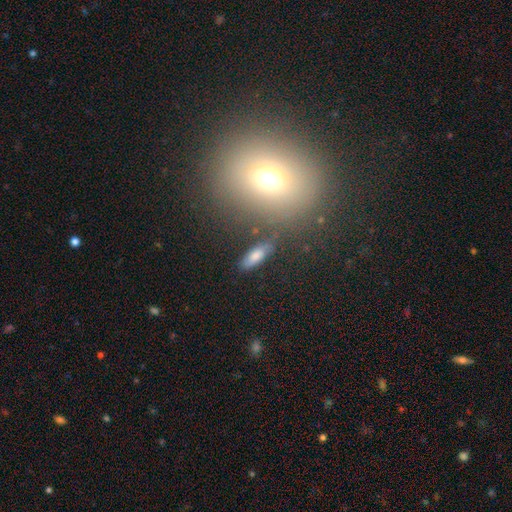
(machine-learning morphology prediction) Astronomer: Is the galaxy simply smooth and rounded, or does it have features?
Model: smooth — 75%.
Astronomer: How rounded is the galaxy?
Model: in between — 64%.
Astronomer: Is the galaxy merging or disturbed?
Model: none — 72%.